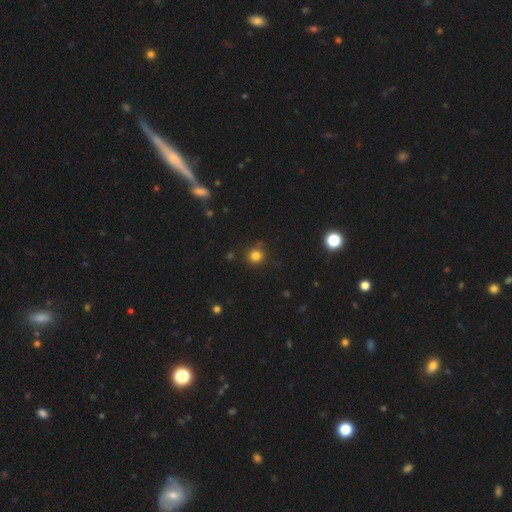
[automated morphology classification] The model was most divided on "smooth or featured": smooth: 81%, star or artifact: 14%, featured or disk: 5%. More confident: how rounded — round (92%); merging — none (82%).